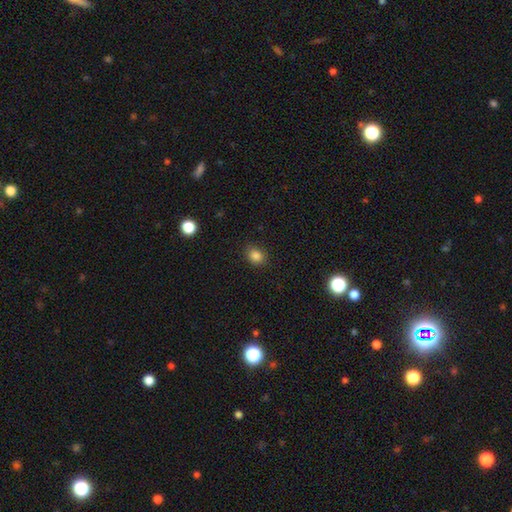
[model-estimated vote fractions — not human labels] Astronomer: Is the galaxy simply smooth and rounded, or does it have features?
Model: smooth — 84%.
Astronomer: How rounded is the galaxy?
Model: round — 54% (runner-up: in between, 45%).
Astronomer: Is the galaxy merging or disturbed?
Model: none — 85%.